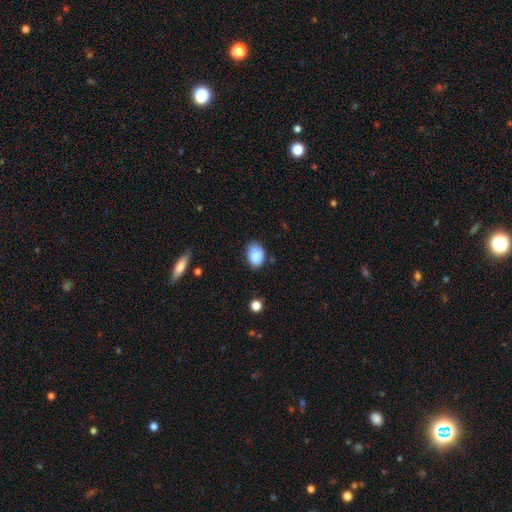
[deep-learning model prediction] smooth_or_featured: smooth (p=0.89) [alt: star or artifact p=0.08]
how_rounded: in between (p=0.75) [alt: round p=0.24]
merging: none (p=0.80) [alt: minor disturbance p=0.15]